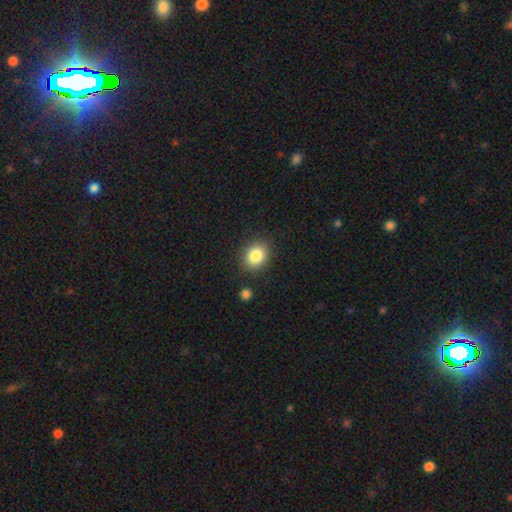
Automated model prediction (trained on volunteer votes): Q: Smooth or featured?
A: smooth (84%); runner-up: star or artifact (9%)
Q: How rounded?
A: round (54%); runner-up: in between (45%)
Q: Merging?
A: none (85%); runner-up: minor disturbance (9%)